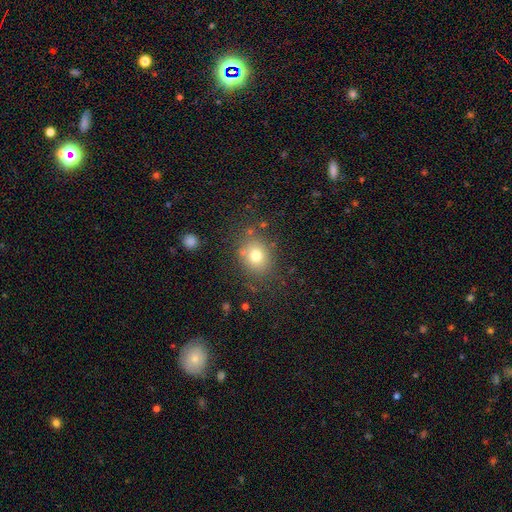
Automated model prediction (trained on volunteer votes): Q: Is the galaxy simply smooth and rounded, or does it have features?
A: smooth — 74%.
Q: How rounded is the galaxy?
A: round — 62%.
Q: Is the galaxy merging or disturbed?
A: none — 78%.